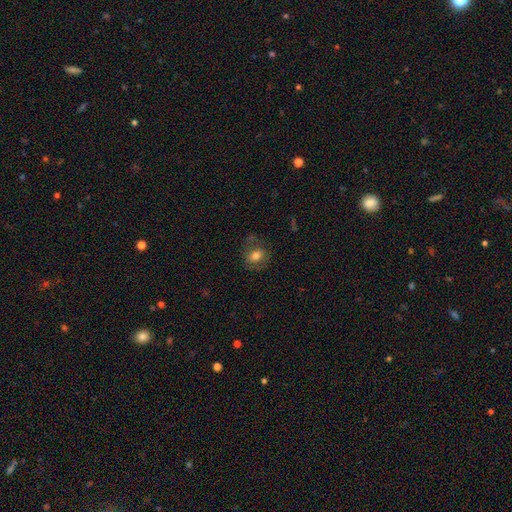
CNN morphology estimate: Q: Smooth or featured?
A: smooth (67%); runner-up: featured or disk (23%)
Q: How rounded?
A: round (59%); runner-up: in between (40%)
Q: Merging?
A: none (70%); runner-up: minor disturbance (18%)